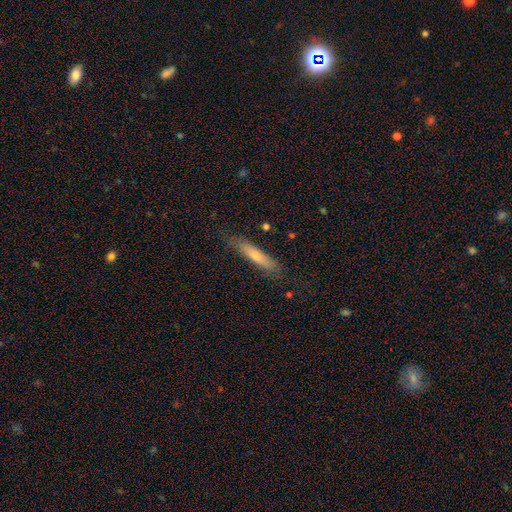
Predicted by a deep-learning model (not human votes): Smooth or featured?
  - smooth: 60% *
  - featured or disk: 34%
  - star or artifact: 7%
How rounded?
  - cigar-shaped: 86% *
  - in between: 13%
  - round: 1%
Merging?
  - none: 77% *
  - minor disturbance: 17%
  - major disturbance: 4%
  - merger: 1%